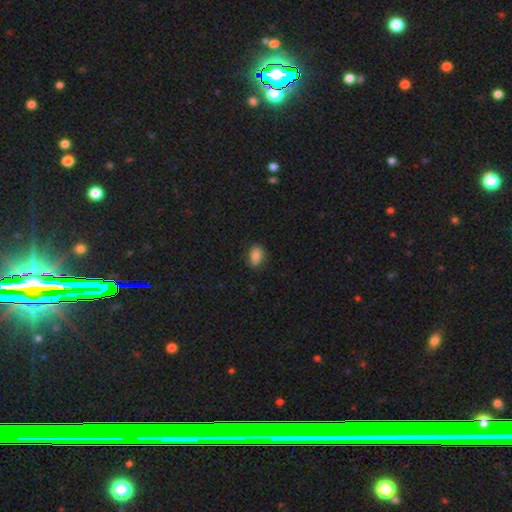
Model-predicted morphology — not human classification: Smooth or featured? Predicted: smooth (p=0.83). How rounded? Predicted: in between (p=0.76). Merging? Predicted: none (p=0.75).